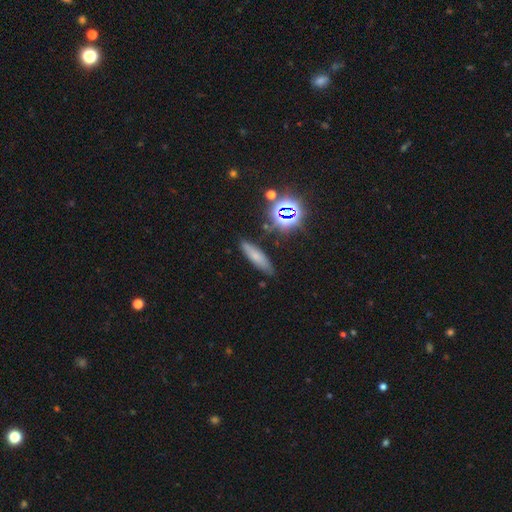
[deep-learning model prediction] smooth 61%, featured or disk 20%, star or artifact 19%. Down the decision tree: how rounded — cigar-shaped (62%); merging — none (81%).